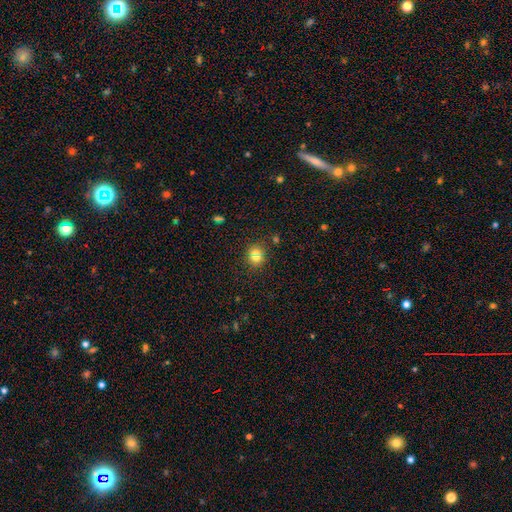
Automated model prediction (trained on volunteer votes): This appears to be a smooth galaxy with no disk features (73%) that is round (80%). Merging: none (67%).